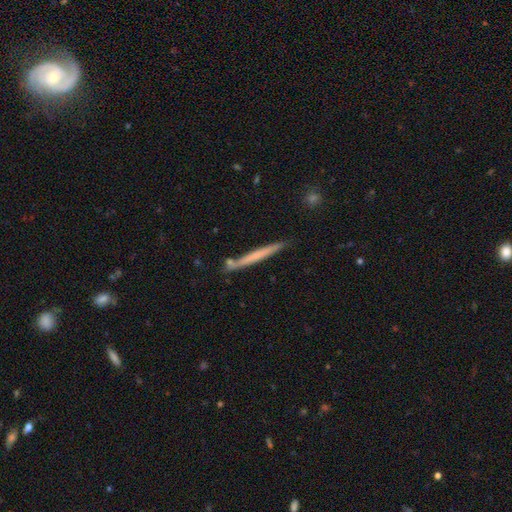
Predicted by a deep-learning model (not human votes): This appears to be a smooth galaxy with no disk features (53%) that is cigar-shaped (97%). Merging: none (82%).